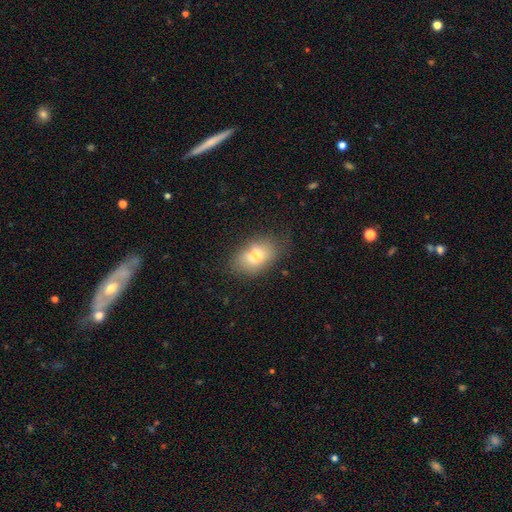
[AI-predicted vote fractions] This is likely a smooth galaxy (71%). How rounded: clearly in between (86%). Merging: likely none (62%).